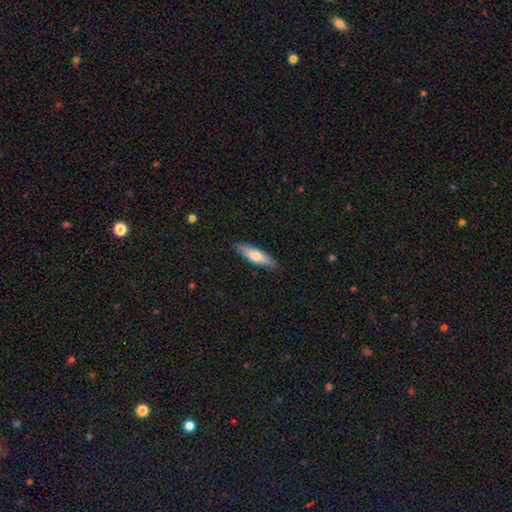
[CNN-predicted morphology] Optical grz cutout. It shows a smooth galaxy with no disk features (64%) that is cigar-shaped (60%). Merging: none (85%).